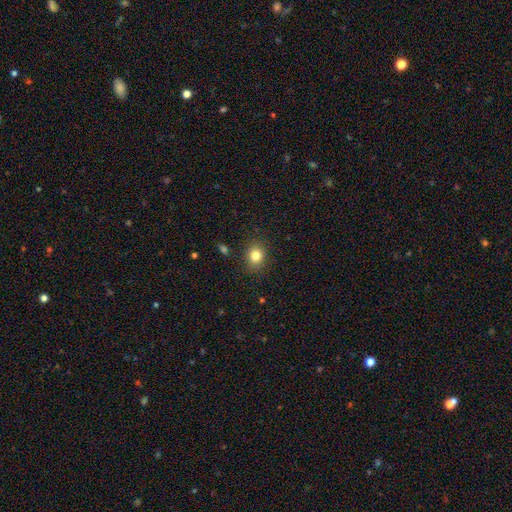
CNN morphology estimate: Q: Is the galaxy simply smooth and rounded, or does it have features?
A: smooth — 83%.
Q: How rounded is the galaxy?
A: round — 60%.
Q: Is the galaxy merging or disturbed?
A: none — 87%.